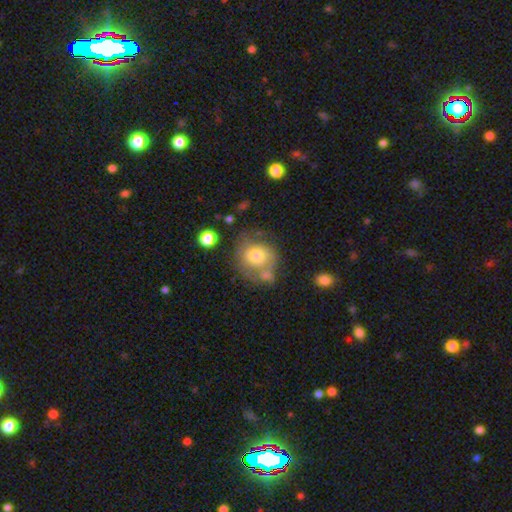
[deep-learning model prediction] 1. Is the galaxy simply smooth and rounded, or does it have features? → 63% smooth, 27% featured or disk, 9% star or artifact.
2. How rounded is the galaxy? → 79% round, 20% in between, 1% cigar-shaped.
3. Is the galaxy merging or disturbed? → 46% none, 21% minor disturbance, 20% merger, 13% major disturbance.